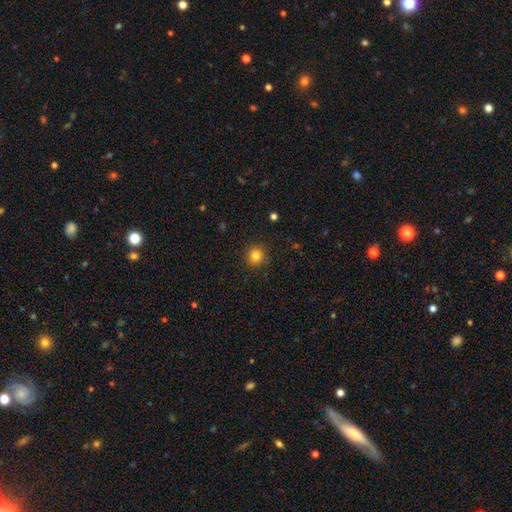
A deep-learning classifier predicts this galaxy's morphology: A smooth galaxy with no disk features (82%) that is round (92%). Merging: none (91%).